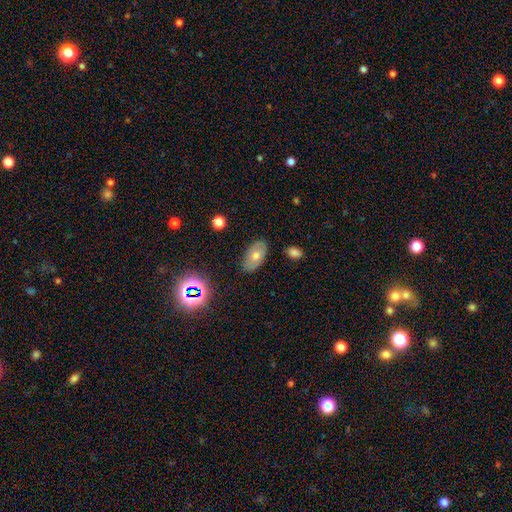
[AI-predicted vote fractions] This appears to be a smooth galaxy with no disk features (59%) that is in between round and cigar-shaped (92%). Merging: none (83%).